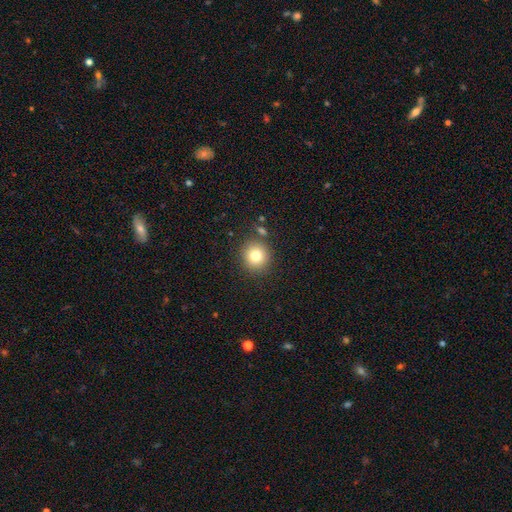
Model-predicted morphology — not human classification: A smooth galaxy with no disk features (79%) that is round (91%). Merging: none (83%).